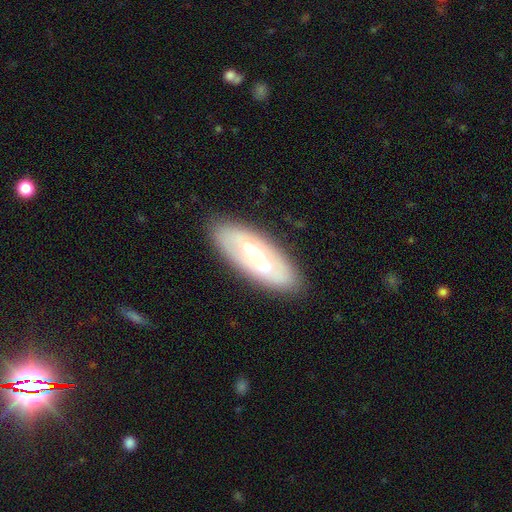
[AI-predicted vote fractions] Morphology: type=featured or disk (58%); edge-on=no (78%); merging=none (83%).